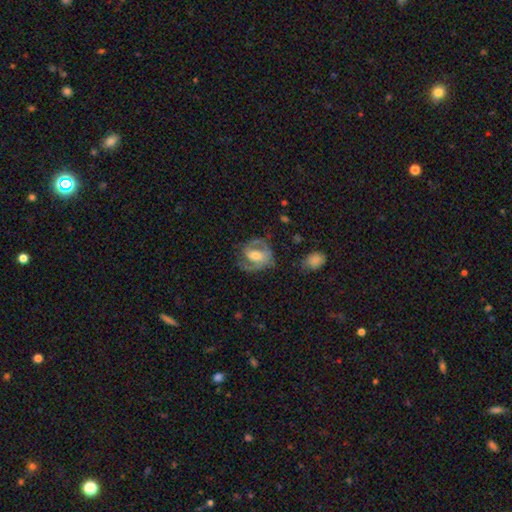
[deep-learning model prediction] Smooth or featured?
  - featured or disk: 73% *
  - smooth: 20%
  - star or artifact: 6%
Edge-on disk?
  - no: 97% *
  - yes: 3%
Bar?
  - weak: 43% *
  - no: 33%
  - strong: 25%
Spiral arms?
  - yes: 86% *
  - no: 14%
Spiral winding?
  - medium: 49% *
  - tight: 35%
  - loose: 16%
Spiral arm count?
  - 2: 76% *
  - can't tell: 10%
  - 1: 9%
  - 3: 3%
  - 4: 1%
  - more than 4: 1%
Bulge size?
  - moderate: 59% *
  - small: 23%
  - large: 14%
  - none: 3%
  - dominant: 1%
Merging?
  - none: 63% *
  - minor disturbance: 20%
  - major disturbance: 15%
  - merger: 2%